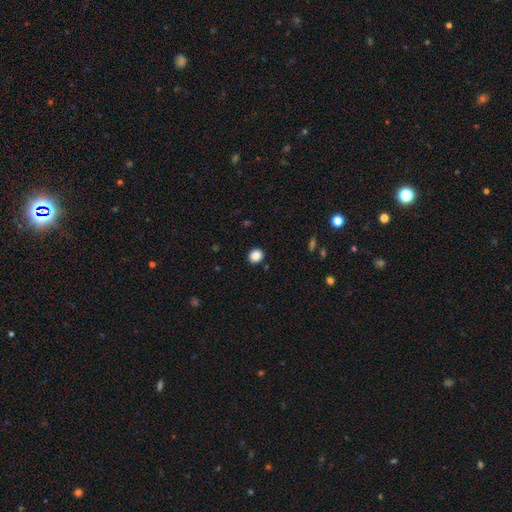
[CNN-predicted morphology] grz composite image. It shows a smooth galaxy with no disk features (87%) that is round (74%). Merging: none (90%).